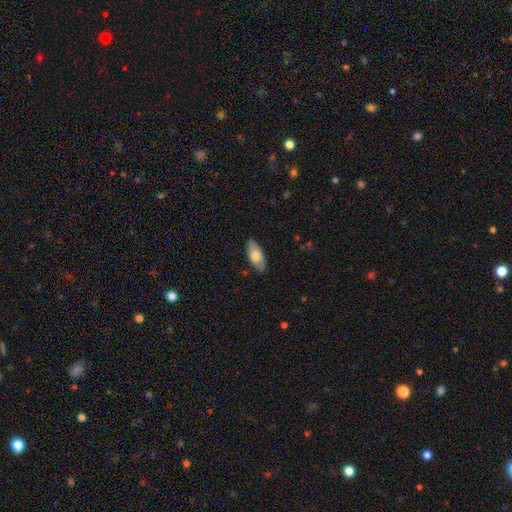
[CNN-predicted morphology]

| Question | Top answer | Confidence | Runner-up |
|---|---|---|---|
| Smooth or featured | smooth | 70% | featured or disk (24%) |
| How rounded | in between | 88% | cigar-shaped (9%) |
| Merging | none | 86% | minor disturbance (11%) |